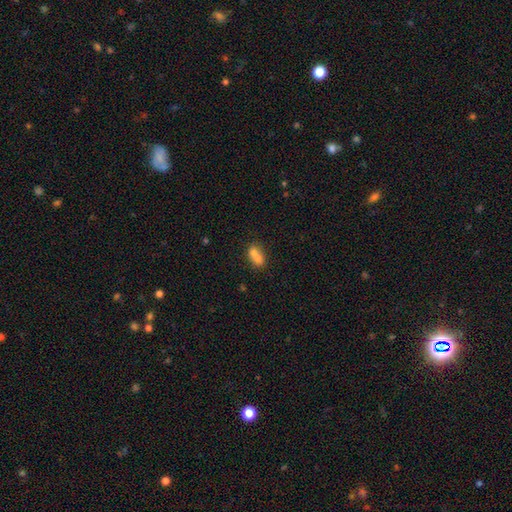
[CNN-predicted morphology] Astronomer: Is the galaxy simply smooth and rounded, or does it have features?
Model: smooth — 70%.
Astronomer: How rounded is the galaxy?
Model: in between — 59% (runner-up: round, 38%).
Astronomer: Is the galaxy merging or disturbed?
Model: merger — 65%.